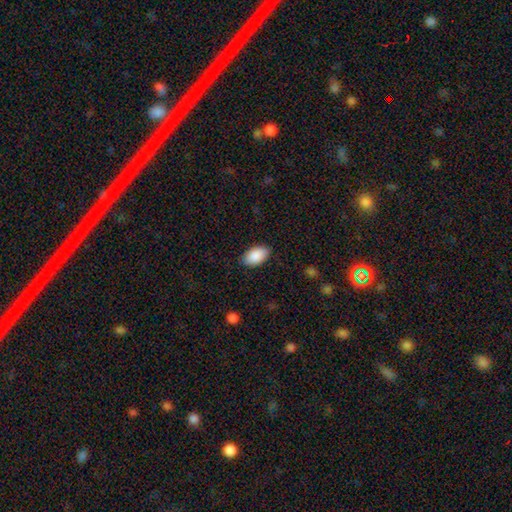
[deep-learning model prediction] A smooth galaxy with no disk features (90%) that is in between round and cigar-shaped (95%). Merging: none (86%).